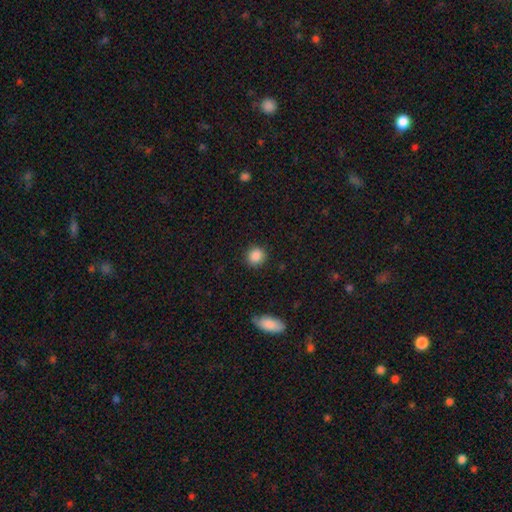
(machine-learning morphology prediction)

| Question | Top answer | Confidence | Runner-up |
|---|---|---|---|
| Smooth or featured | smooth | 87% | star or artifact (9%) |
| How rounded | round | 87% | in between (12%) |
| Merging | none | 89% | minor disturbance (8%) |